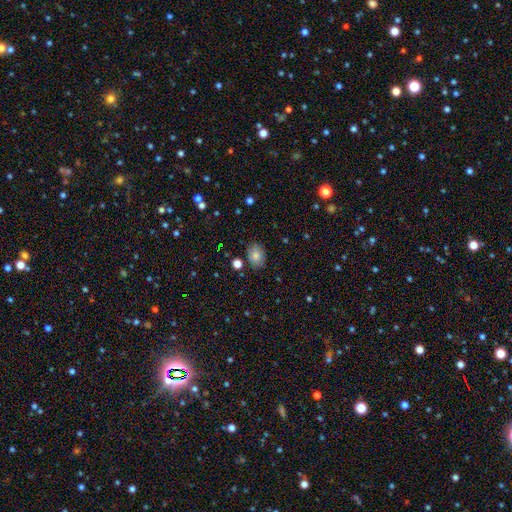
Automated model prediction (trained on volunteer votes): This is clearly a smooth galaxy (81%). How rounded: likely in between (66%). Merging: clearly none (81%).